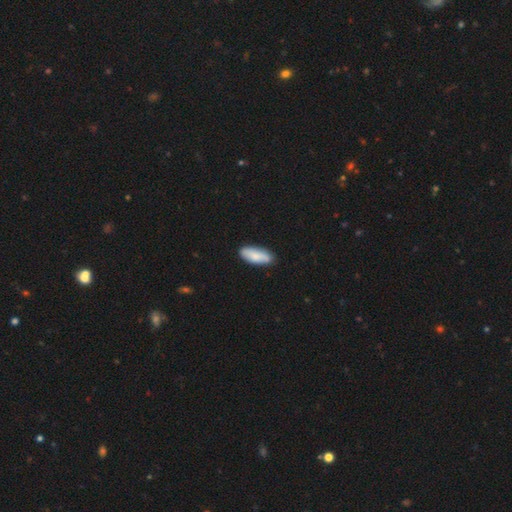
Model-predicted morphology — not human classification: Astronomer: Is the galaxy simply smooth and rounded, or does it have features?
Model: smooth — 82%.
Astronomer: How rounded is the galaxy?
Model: in between — 74%.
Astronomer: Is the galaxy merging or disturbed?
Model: none — 84%.